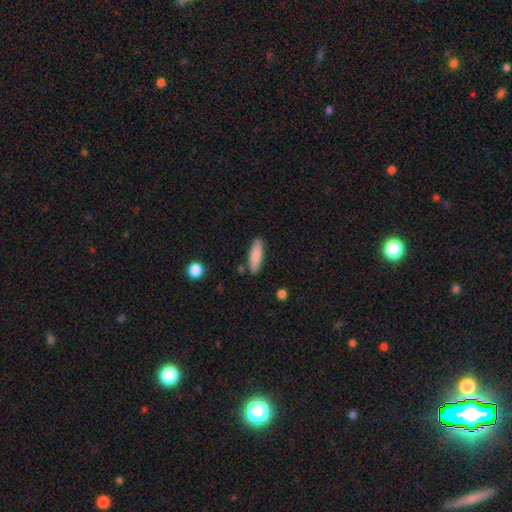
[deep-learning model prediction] Q: Smooth or featured?
A: smooth (85%); runner-up: featured or disk (9%)
Q: How rounded?
A: cigar-shaped (55%); runner-up: in between (43%)
Q: Merging?
A: none (85%); runner-up: minor disturbance (10%)